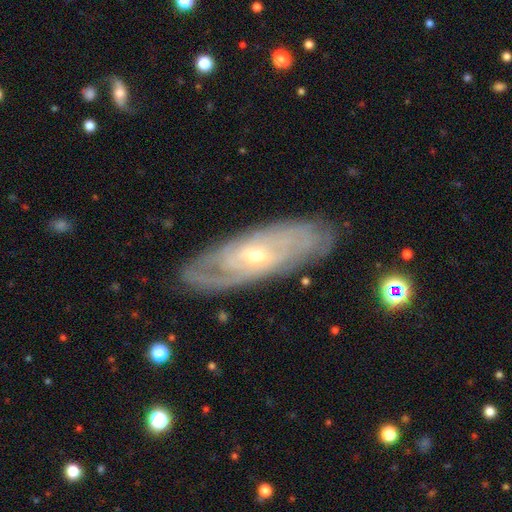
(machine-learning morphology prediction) Overall: featured or disk (80%). Edge-on disk: no (82%). Bar: no (60%; weak 31%). Spiral arms: yes (87%). Spiral arm count: can't tell (55%; 2 23%). Spiral winding: tight (71%). Bulge size: small (64%; moderate 33%). Merging: none (81%).